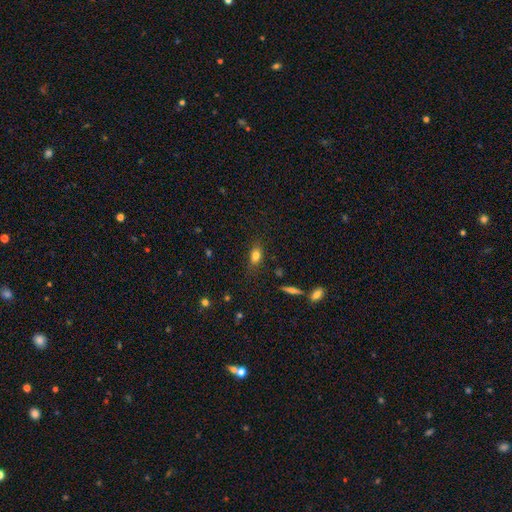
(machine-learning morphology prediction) A smooth galaxy with no disk features (80%) that is in between round and cigar-shaped (79%). Merging: none (78%).